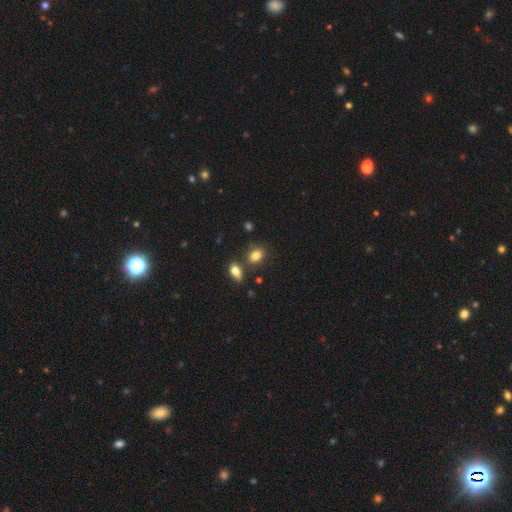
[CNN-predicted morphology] type=smooth (83%); roundness=in between (65%); merging=none (70%).